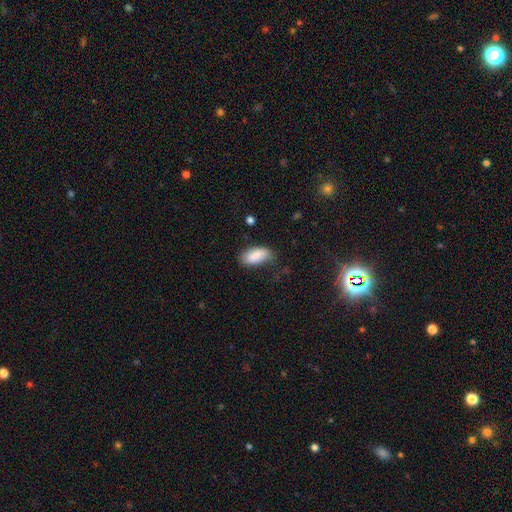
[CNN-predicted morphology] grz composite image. It shows a smooth galaxy with no disk features (86%) that is in between round and cigar-shaped (92%). Merging: none (56%).